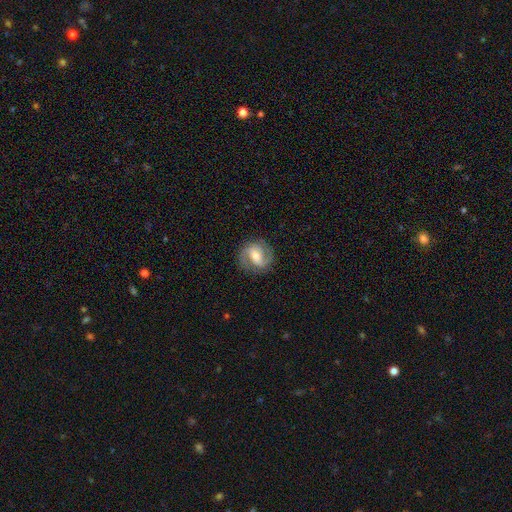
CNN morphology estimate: featured or disk 81%, smooth 13%, star or artifact 6%. Down the decision tree: edge-on disk — no (97%); bar — weak (44%); spiral arms — yes (94%); spiral arm count — 2 (88%); spiral winding — medium (50%); bulge size — moderate (59%); merging — none (82%).